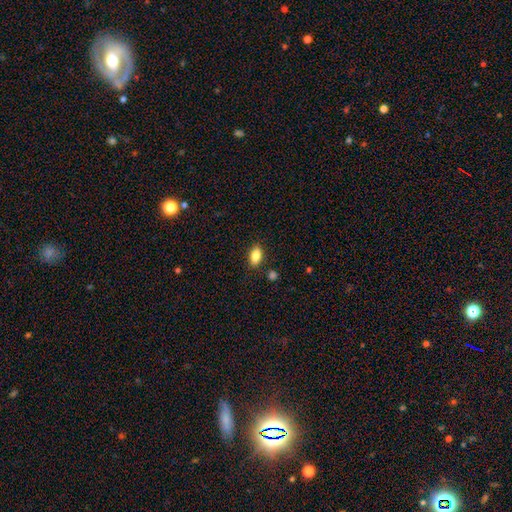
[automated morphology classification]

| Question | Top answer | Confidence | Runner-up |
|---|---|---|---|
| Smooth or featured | smooth | 84% | star or artifact (8%) |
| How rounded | in between | 89% | cigar-shaped (6%) |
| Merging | none | 85% | minor disturbance (10%) |